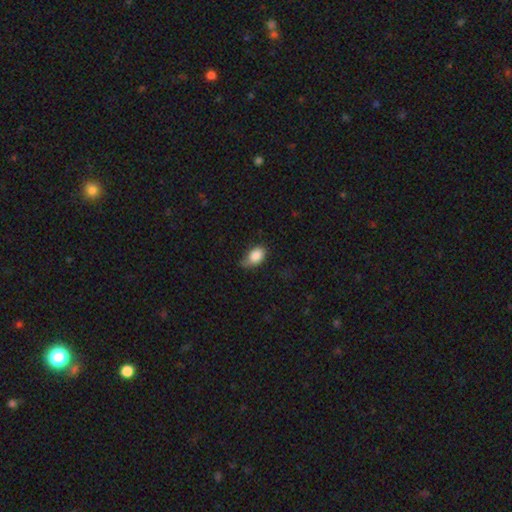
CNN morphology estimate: Smooth or featured?
  - smooth: 85% *
  - star or artifact: 8%
  - featured or disk: 7%
How rounded?
  - in between: 87% *
  - round: 11%
  - cigar-shaped: 2%
Merging?
  - none: 45% *
  - minor disturbance: 40%
  - major disturbance: 12%
  - merger: 2%